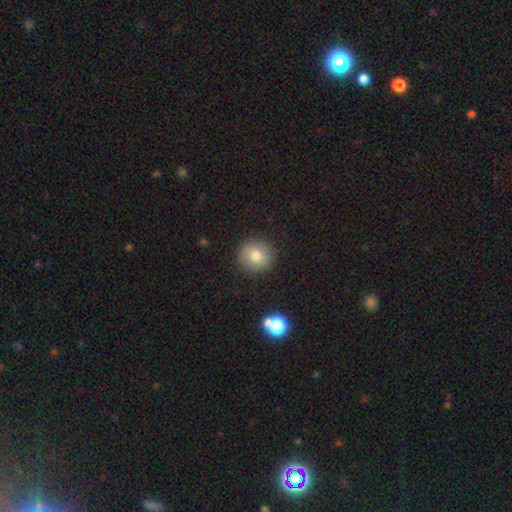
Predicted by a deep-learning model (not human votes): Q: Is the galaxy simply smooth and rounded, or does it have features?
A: smooth — 77%.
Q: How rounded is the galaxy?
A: round — 93%.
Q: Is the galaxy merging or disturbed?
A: none — 90%.